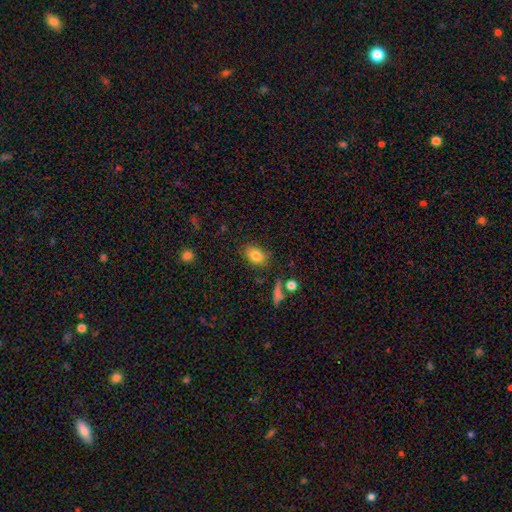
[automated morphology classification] A smooth galaxy with no disk features (82%) that is in between round and cigar-shaped (79%). Merging: none (81%).